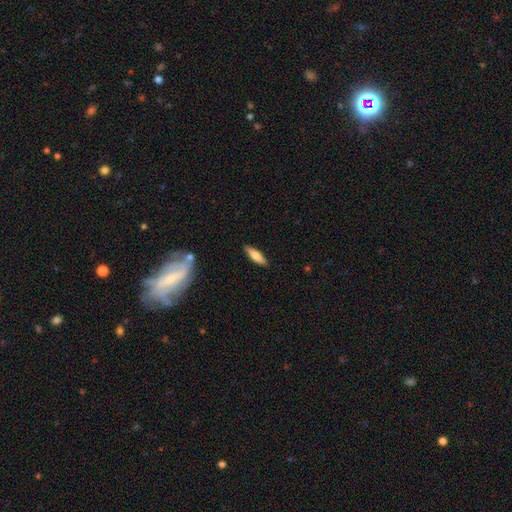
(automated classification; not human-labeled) smooth-or-featured: smooth: 69% | featured or disk: 25% | star or artifact: 6%
  how-rounded: cigar-shaped: 63% | in between: 36% | round: 2%
  merging: none: 86% | minor disturbance: 10% | major disturbance: 2% | merger: 2%